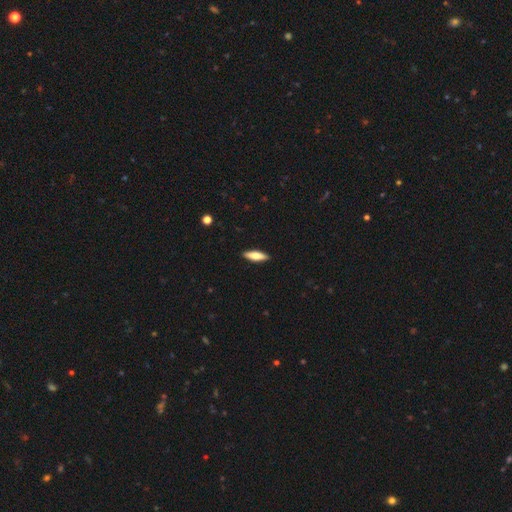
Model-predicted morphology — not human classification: Smooth or featured?
  - smooth: 69% *
  - featured or disk: 25%
  - star or artifact: 6%
How rounded?
  - cigar-shaped: 58% *
  - in between: 40%
  - round: 2%
Merging?
  - none: 90% *
  - minor disturbance: 7%
  - major disturbance: 1%
  - merger: 1%